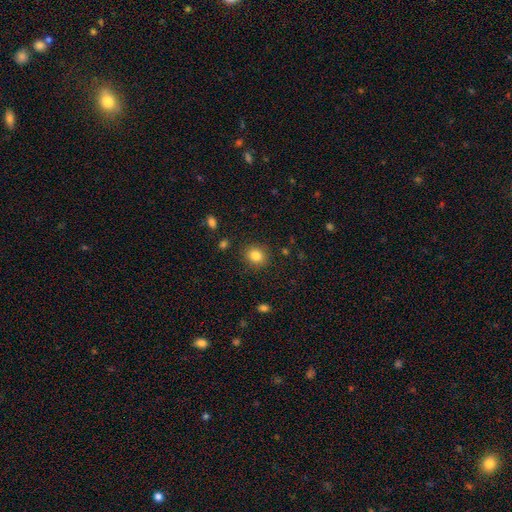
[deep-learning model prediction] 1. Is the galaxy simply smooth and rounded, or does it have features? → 84% smooth, 11% star or artifact, 6% featured or disk.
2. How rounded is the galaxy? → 73% round, 26% in between, 1% cigar-shaped.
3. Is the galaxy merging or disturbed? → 87% none, 9% minor disturbance, 3% major disturbance, 2% merger.